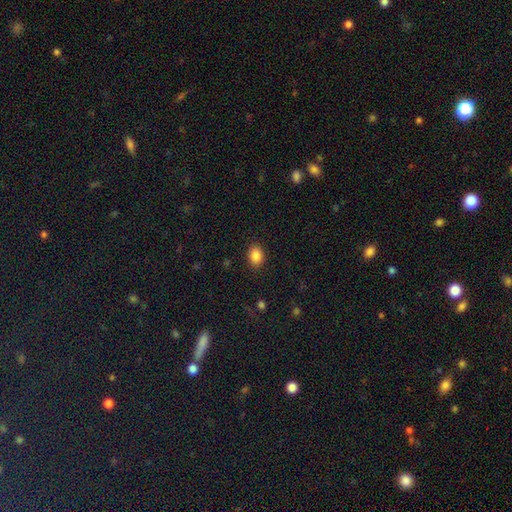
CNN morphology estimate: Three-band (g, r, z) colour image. It shows a smooth galaxy with no disk features (87%) that is in between round and cigar-shaped (70%). Merging: none (88%).